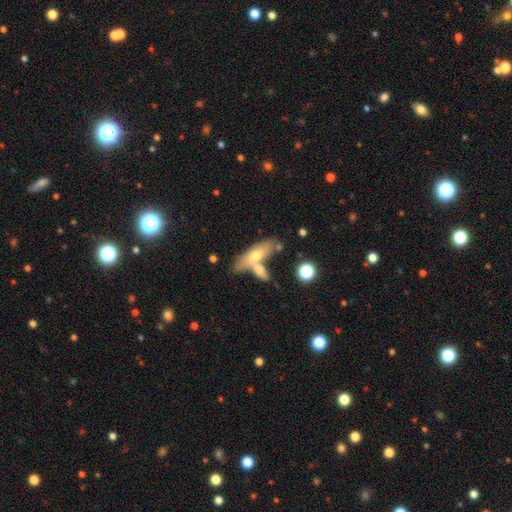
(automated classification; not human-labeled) smooth_or_featured: smooth (p=0.58) [alt: featured or disk p=0.35]
how_rounded: in between (p=0.58) [alt: cigar-shaped p=0.38]
merging: merger (p=0.46) [alt: none p=0.38]